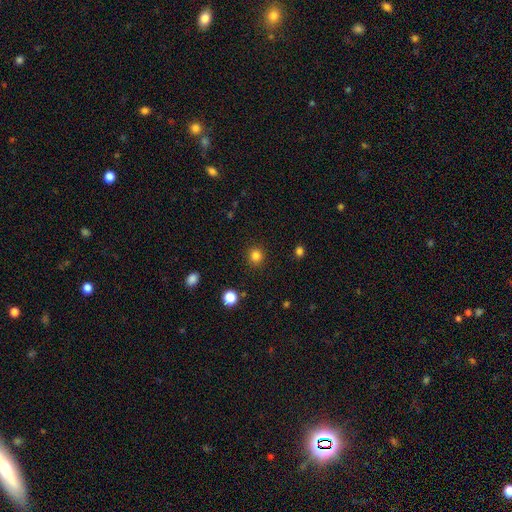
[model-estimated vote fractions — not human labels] smooth-or-featured: smooth: 83% | star or artifact: 13% | featured or disk: 4%
  how-rounded: round: 91% | in between: 8% | cigar-shaped: 1%
  merging: none: 91% | minor disturbance: 6% | major disturbance: 2% | merger: 1%